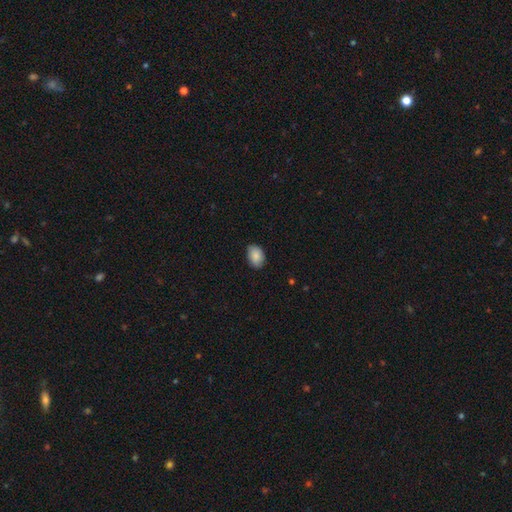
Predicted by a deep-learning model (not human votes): smooth_or_featured: smooth (p=0.88) [alt: star or artifact p=0.07]
how_rounded: in between (p=0.82) [alt: round p=0.17]
merging: none (p=0.82) [alt: minor disturbance p=0.15]